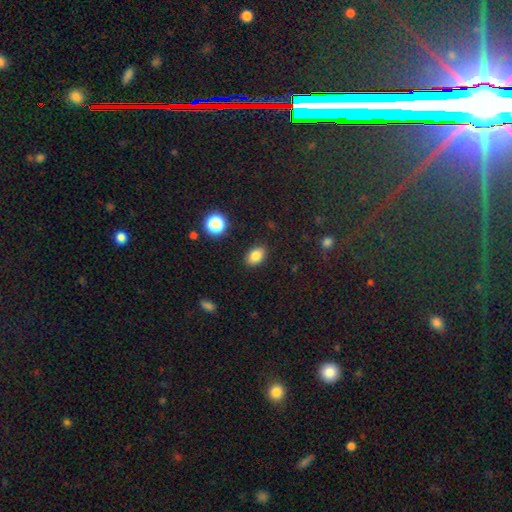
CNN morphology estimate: smooth-or-featured: smooth: 83% | star or artifact: 10% | featured or disk: 6%
  how-rounded: in between: 82% | round: 16% | cigar-shaped: 1%
  merging: none: 87% | minor disturbance: 9% | major disturbance: 2% | merger: 1%